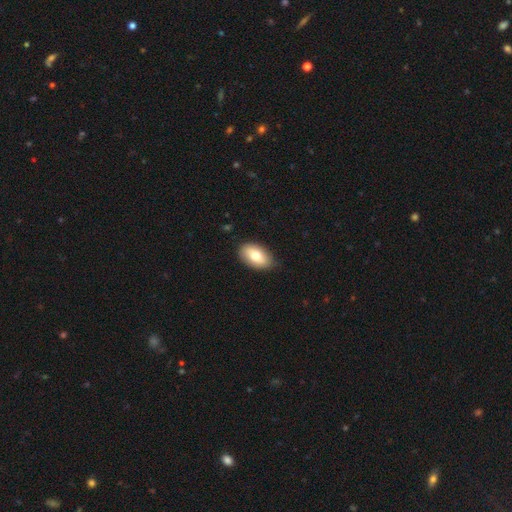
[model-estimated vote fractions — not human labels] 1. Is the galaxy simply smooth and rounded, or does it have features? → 75% smooth, 19% featured or disk, 6% star or artifact.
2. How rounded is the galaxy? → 93% in between, 6% round, 2% cigar-shaped.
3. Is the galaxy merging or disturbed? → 85% none, 12% minor disturbance, 2% major disturbance, 1% merger.